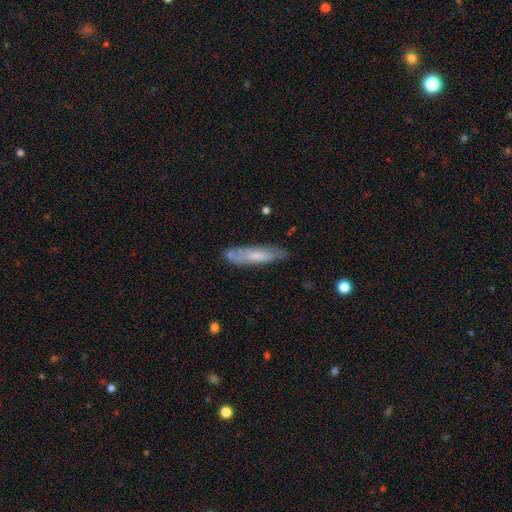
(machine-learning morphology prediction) smooth_or_featured: smooth (p=0.59) [alt: featured or disk p=0.35]
how_rounded: cigar-shaped (p=0.76) [alt: in between p=0.23]
merging: none (p=0.68) [alt: minor disturbance p=0.20]